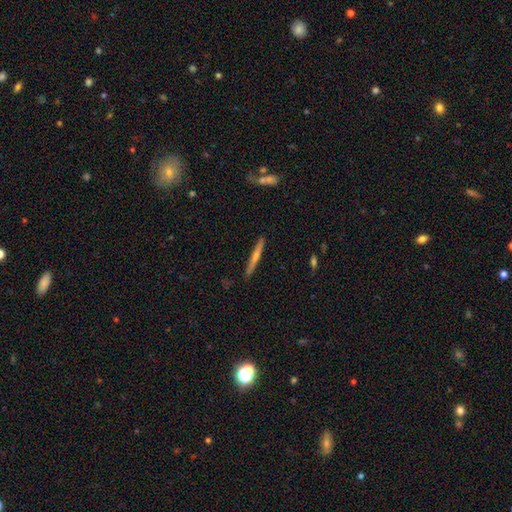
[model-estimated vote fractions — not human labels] Smooth or featured? Predicted: featured or disk (p=0.59). Edge-on disk? Predicted: yes (p=0.97). Edge-on bulge? Predicted: rounded (p=0.61). Merging? Predicted: none (p=0.90).